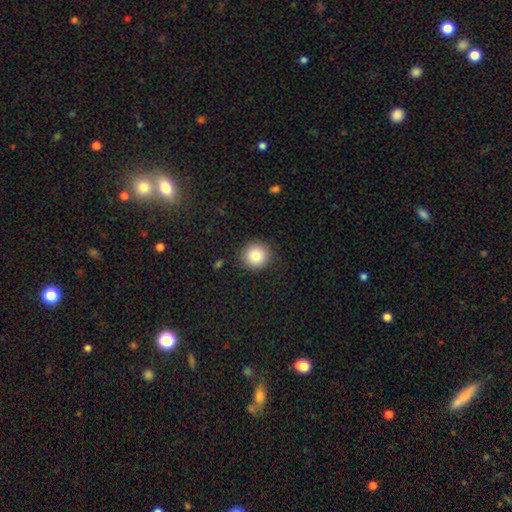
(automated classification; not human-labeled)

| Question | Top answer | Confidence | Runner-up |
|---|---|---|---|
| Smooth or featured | smooth | 85% | star or artifact (9%) |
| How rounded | round | 93% | in between (6%) |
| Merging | none | 90% | minor disturbance (7%) |